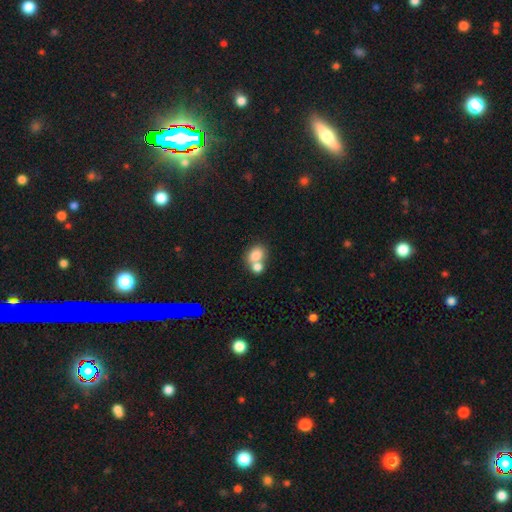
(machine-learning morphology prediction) A smooth galaxy with no disk features (79%) that is in between round and cigar-shaped (52%). Merging: merger (56%).